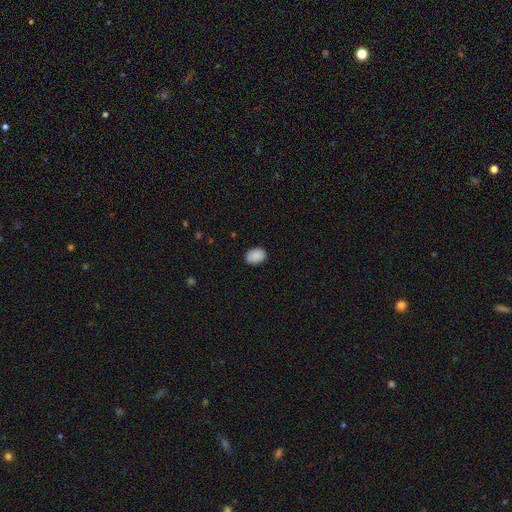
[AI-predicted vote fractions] A smooth galaxy with no disk features (90%) that is in between round and cigar-shaped (81%). Merging: none (87%).